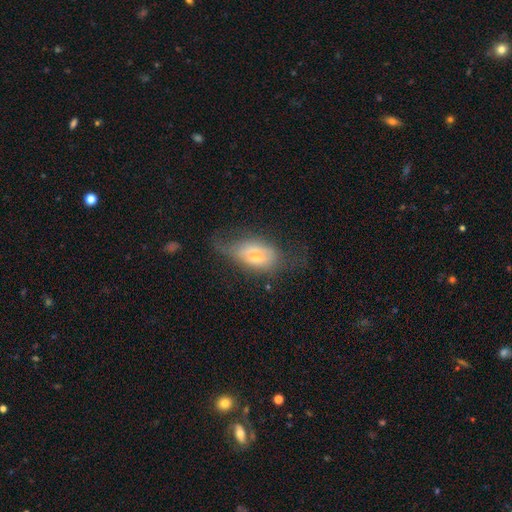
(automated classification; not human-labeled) Overall: smooth (56%; featured or disk 35%). How rounded: in between (88%). Merging: none (37%; minor disturbance 32%).